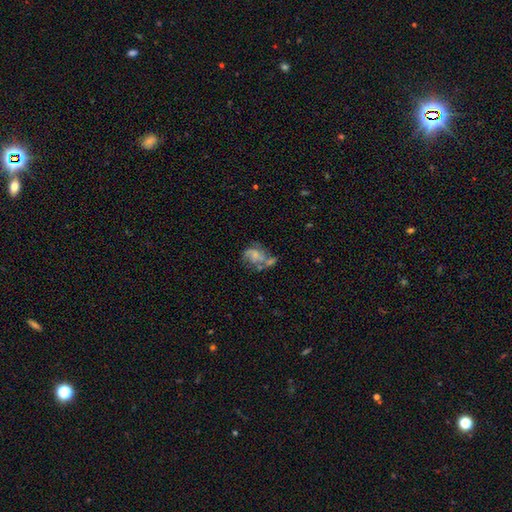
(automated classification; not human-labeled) smooth_or_featured: featured or disk (p=0.64) [alt: smooth p=0.27]
disk_edge_on: no (p=0.98) [alt: yes p=0.02]
bar: no (p=0.70) [alt: weak p=0.25]
has_spiral_arms: yes (p=0.72) [alt: no p=0.28]
bulge_size: small (p=0.41) [alt: moderate p=0.26]
merging: none (p=0.31) [alt: merger p=0.24]